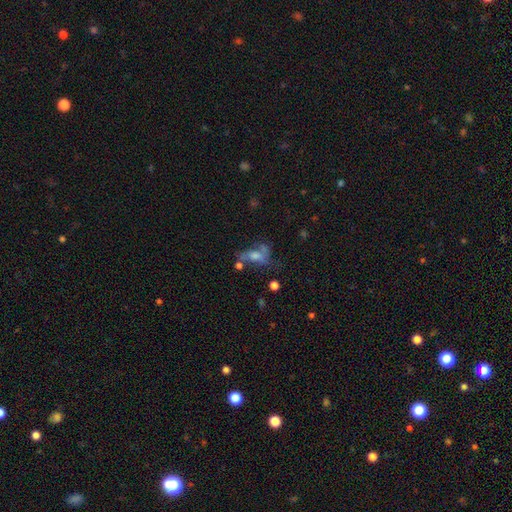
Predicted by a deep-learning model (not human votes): Q: Smooth or featured?
A: smooth (49%); runner-up: featured or disk (36%)
Q: Merging?
A: none (29%); runner-up: major disturbance (28%)